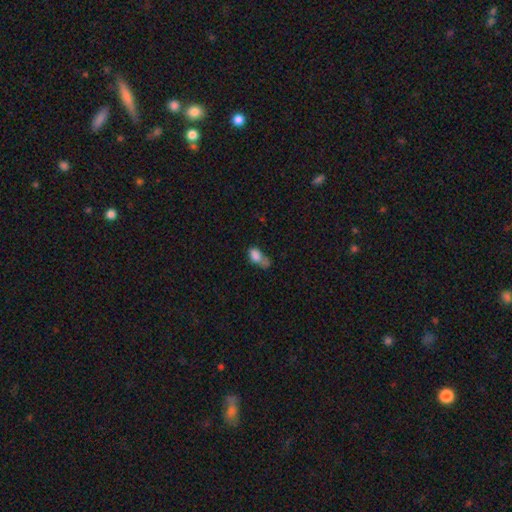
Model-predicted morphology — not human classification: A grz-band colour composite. It shows a smooth galaxy with no disk features (77%) that is in between round and cigar-shaped (83%). Merging: merger (30%).